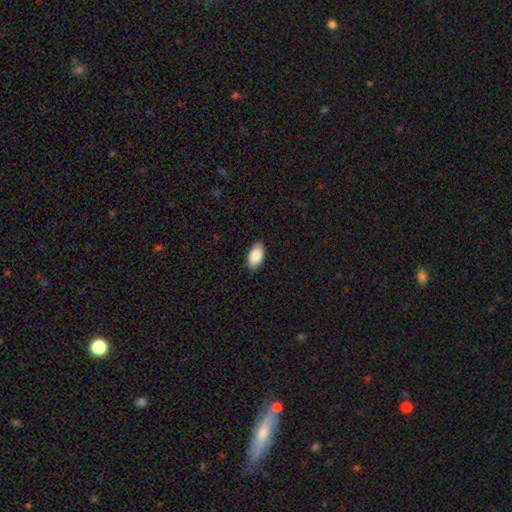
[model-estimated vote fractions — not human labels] Overall: smooth (86%). How rounded: in between (95%). Merging: none (87%).